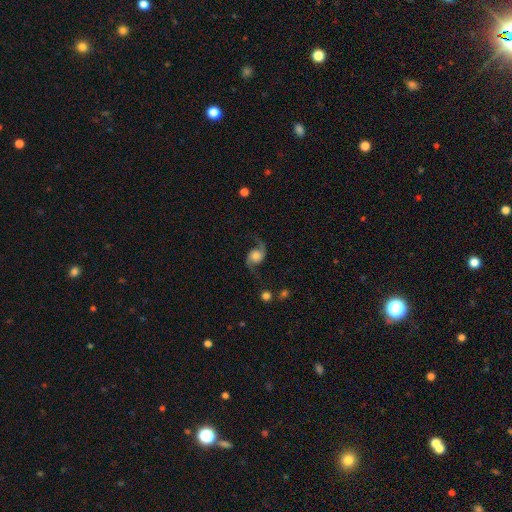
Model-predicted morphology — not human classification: featured or disk 83%, smooth 10%, star or artifact 7%. Down the decision tree: edge-on disk — no (97%); bar — no (73%); spiral arms — yes (97%); spiral arm count — 2 (94%); spiral winding — loose (76%); bulge size — large (33%); merging — none (74%).